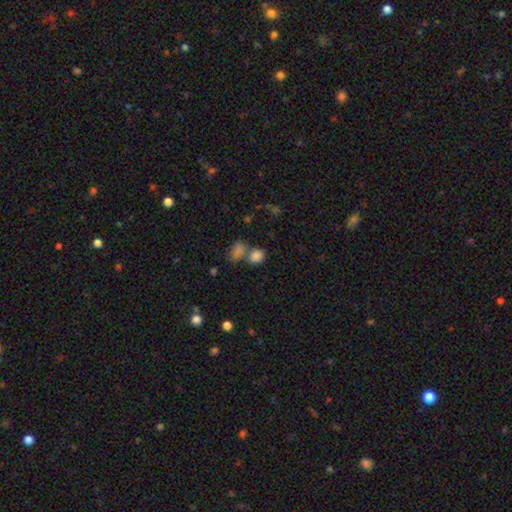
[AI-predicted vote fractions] smooth_or_featured: smooth (p=0.83) [alt: star or artifact p=0.11]
how_rounded: round (p=0.56) [alt: in between p=0.42]
merging: none (p=0.47) [alt: merger p=0.39]